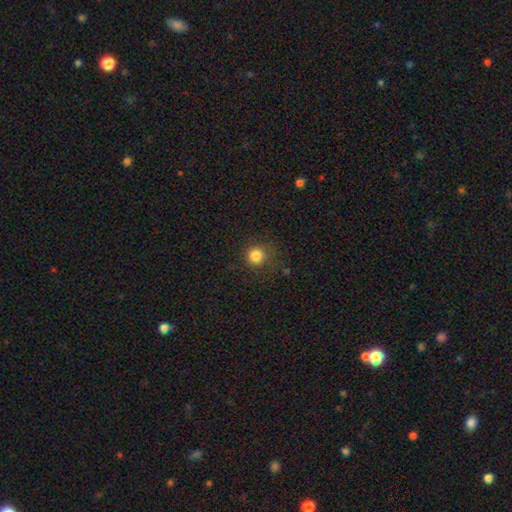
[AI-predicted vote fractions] The model was most divided on "merging": none: 82%, minor disturbance: 12%, major disturbance: 5%, merger: 2%. More confident: how rounded — round (92%); smooth or featured — smooth (83%).